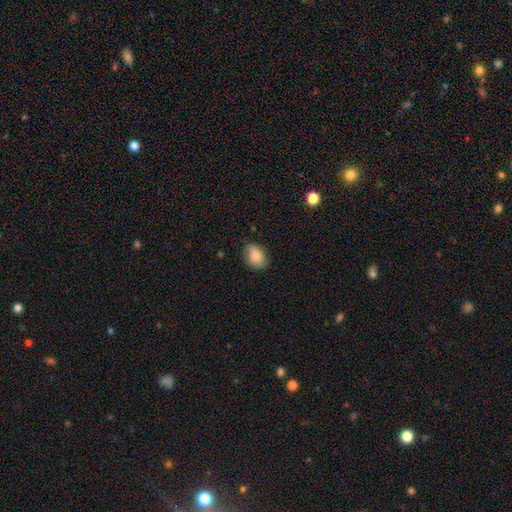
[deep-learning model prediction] smooth 82%, featured or disk 10%, star or artifact 8%. Down the decision tree: how rounded — in between (65%); merging — none (73%).